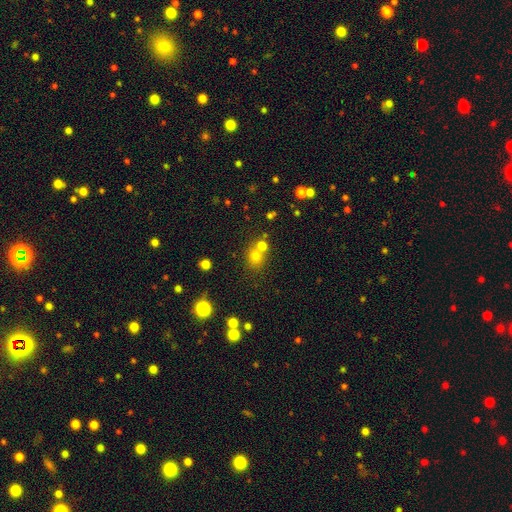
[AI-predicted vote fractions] Q: Smooth or featured?
A: smooth (71%); runner-up: star or artifact (19%)
Q: How rounded?
A: round (76%); runner-up: in between (23%)
Q: Merging?
A: none (52%); runner-up: merger (37%)